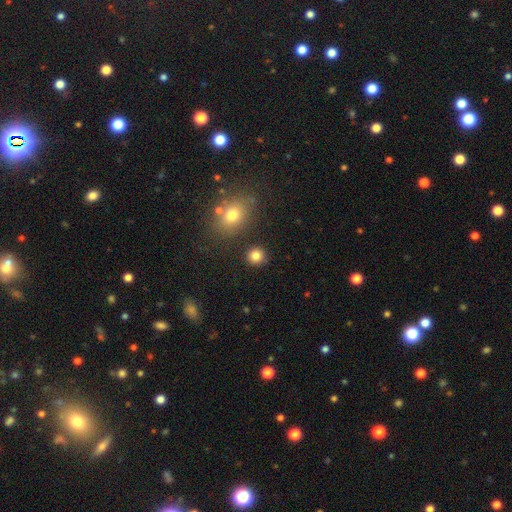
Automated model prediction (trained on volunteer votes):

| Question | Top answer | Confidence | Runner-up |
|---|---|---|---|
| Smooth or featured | smooth | 83% | star or artifact (12%) |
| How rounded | round | 90% | in between (9%) |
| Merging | none | 87% | minor disturbance (7%) |